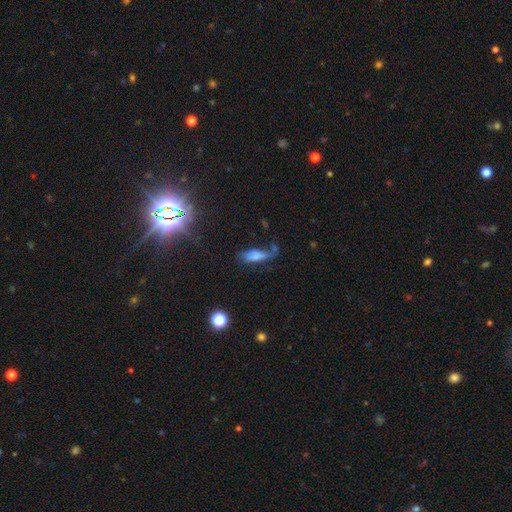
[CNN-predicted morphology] A smooth galaxy with no disk features (62%) that is in between round and cigar-shaped (62%). Merging: none (36%).